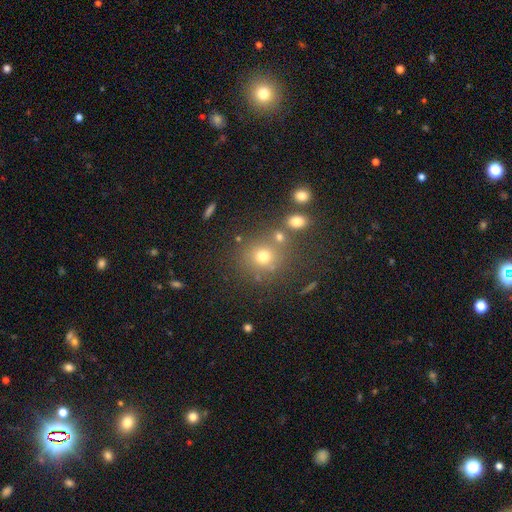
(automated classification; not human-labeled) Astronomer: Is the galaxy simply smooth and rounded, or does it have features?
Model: smooth — 65%.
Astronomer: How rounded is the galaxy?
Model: round — 88%.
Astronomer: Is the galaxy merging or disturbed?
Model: none — 70%.